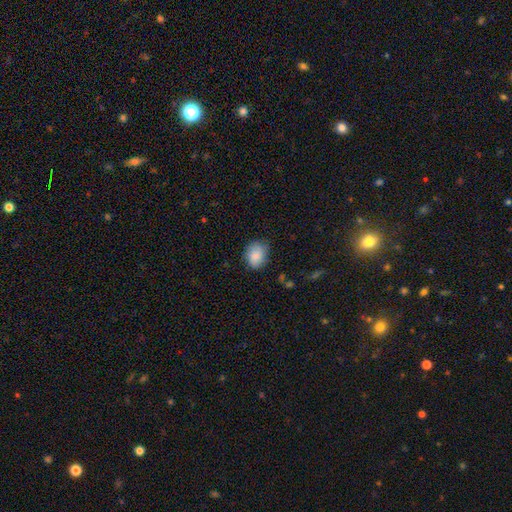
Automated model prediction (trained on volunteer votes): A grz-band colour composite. It shows a smooth galaxy with no disk features (85%) that is in between round and cigar-shaped (52%). Merging: none (71%).